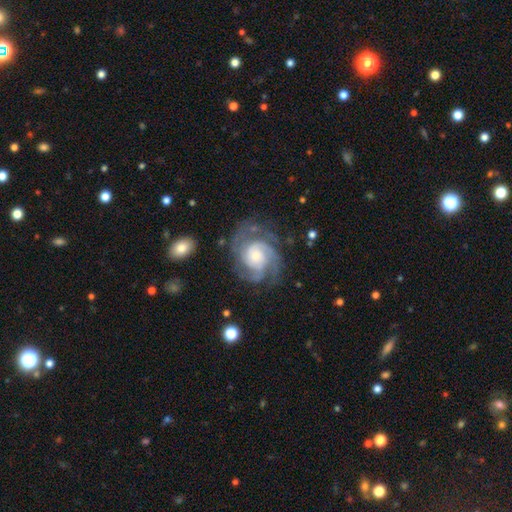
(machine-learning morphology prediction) Smooth or featured?
  - featured or disk: 89% *
  - smooth: 6%
  - star or artifact: 5%
Edge-on disk?
  - no: 98% *
  - yes: 2%
Bar?
  - no: 72% *
  - weak: 23%
  - strong: 5%
Spiral arms?
  - yes: 97% *
  - no: 3%
Spiral winding?
  - tight: 59% *
  - medium: 35%
  - loose: 6%
Spiral arm count?
  - 3: 36% *
  - 2: 20%
  - can't tell: 17%
  - 4: 14%
  - more than 4: 6%
  - 1: 6%
Bulge size?
  - small: 45% *
  - moderate: 36%
  - large: 14%
  - none: 3%
  - dominant: 2%
Merging?
  - none: 69% *
  - minor disturbance: 18%
  - major disturbance: 11%
  - merger: 2%